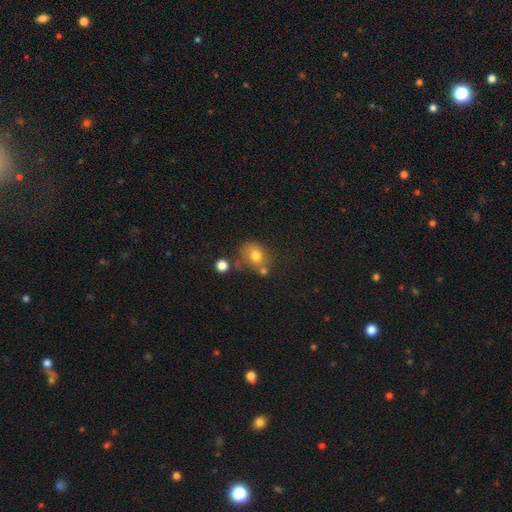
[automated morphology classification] smooth-or-featured: smooth: 73% | featured or disk: 14% | star or artifact: 13%
  how-rounded: round: 59% | in between: 40% | cigar-shaped: 1%
  merging: none: 52% | merger: 21% | minor disturbance: 19% | major disturbance: 8%